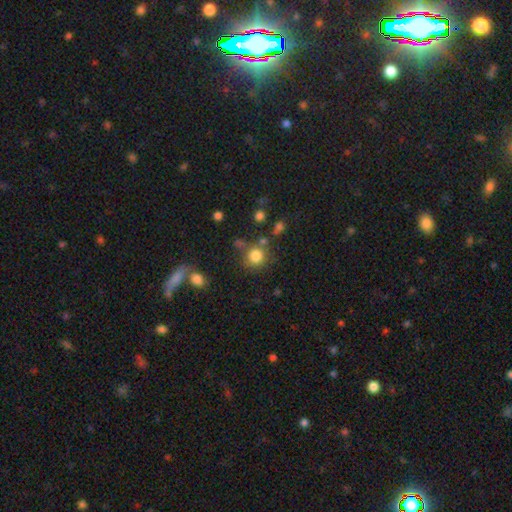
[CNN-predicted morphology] Smooth or featured?
  - smooth: 82% *
  - star or artifact: 12%
  - featured or disk: 6%
How rounded?
  - round: 90% *
  - in between: 9%
  - cigar-shaped: 1%
Merging?
  - none: 72% *
  - minor disturbance: 12%
  - merger: 11%
  - major disturbance: 5%